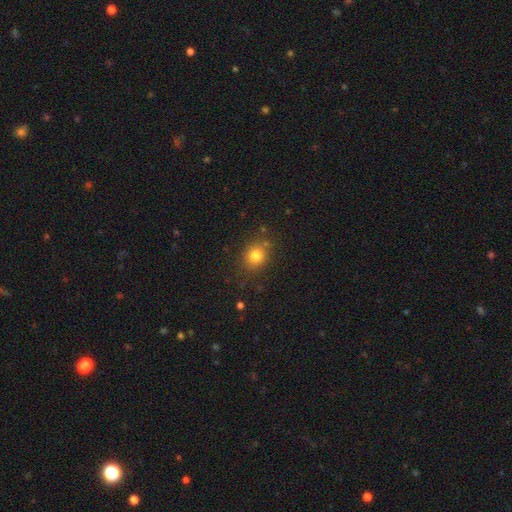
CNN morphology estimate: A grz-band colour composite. It shows a smooth galaxy with no disk features (79%) that is round (72%). Merging: none (81%).